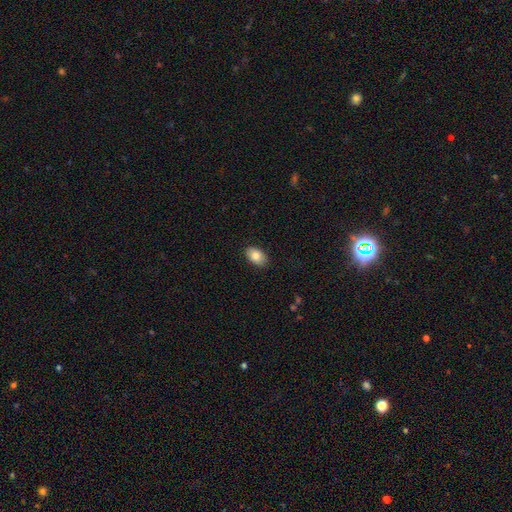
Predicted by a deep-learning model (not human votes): This is clearly a smooth galaxy (83%). How rounded: clearly in between (89%). Merging: clearly none (87%).